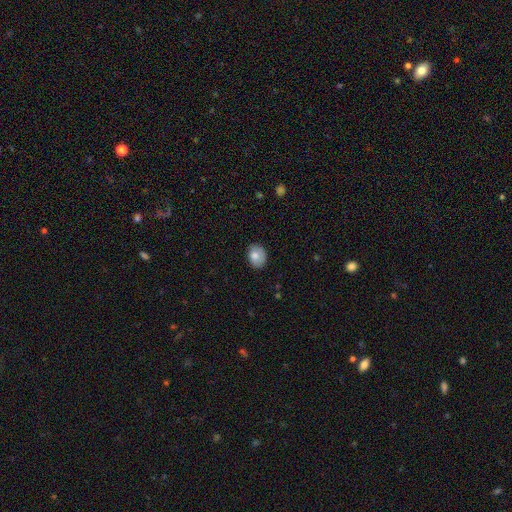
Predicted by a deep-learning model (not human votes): A smooth galaxy with no disk features (79%) that is in between round and cigar-shaped (58%). Merging: none (77%).